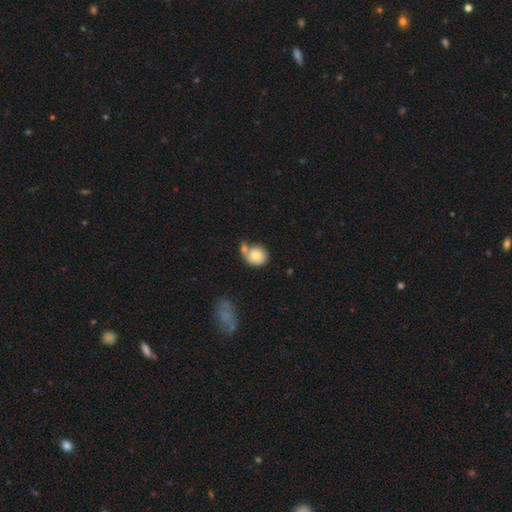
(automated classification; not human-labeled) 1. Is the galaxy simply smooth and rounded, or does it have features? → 80% smooth, 12% featured or disk, 8% star or artifact.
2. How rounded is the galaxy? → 82% round, 17% in between, 1% cigar-shaped.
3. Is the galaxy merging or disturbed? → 47% none, 33% merger, 14% minor disturbance, 5% major disturbance.